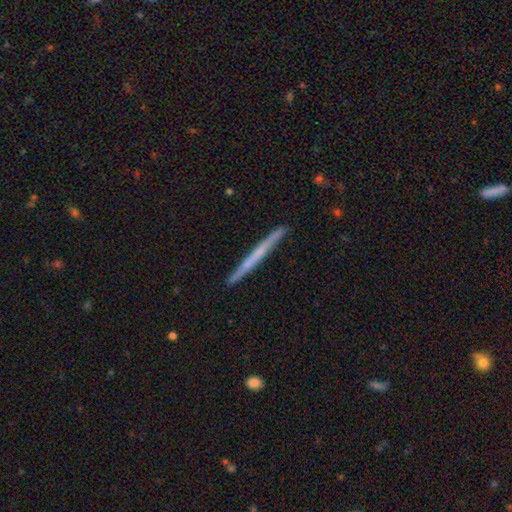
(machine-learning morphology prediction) featured or disk 54%, smooth 40%, star or artifact 6%. Down the decision tree: edge-on disk — yes (97%); edge-on bulge — none (81%); merging — none (91%).